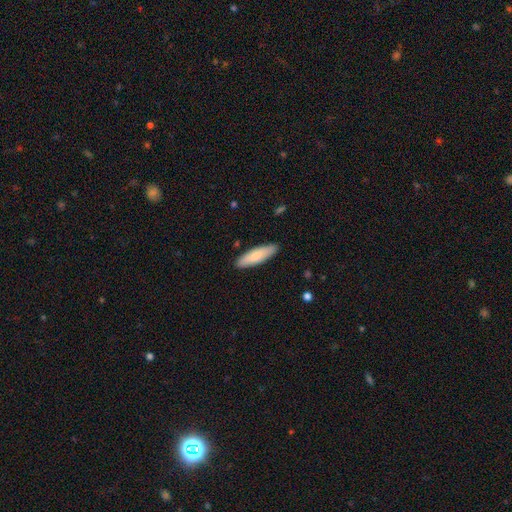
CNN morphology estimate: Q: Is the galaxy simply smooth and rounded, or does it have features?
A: smooth — 82%.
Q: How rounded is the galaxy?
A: cigar-shaped — 56%.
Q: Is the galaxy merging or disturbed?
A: none — 89%.